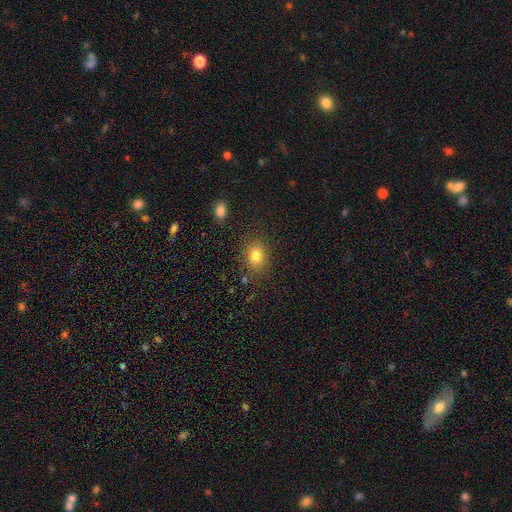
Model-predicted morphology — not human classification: type=smooth (82%); roundness=in between (54%); merging=none (83%).